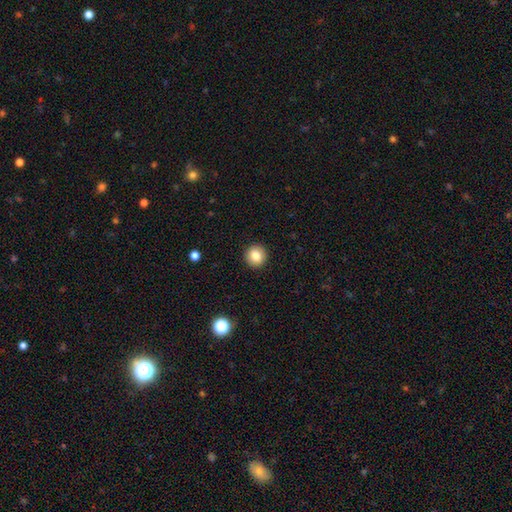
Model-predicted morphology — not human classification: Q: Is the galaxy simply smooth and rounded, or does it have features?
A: smooth — 83%.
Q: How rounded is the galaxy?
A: round — 92%.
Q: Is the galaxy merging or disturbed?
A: none — 93%.